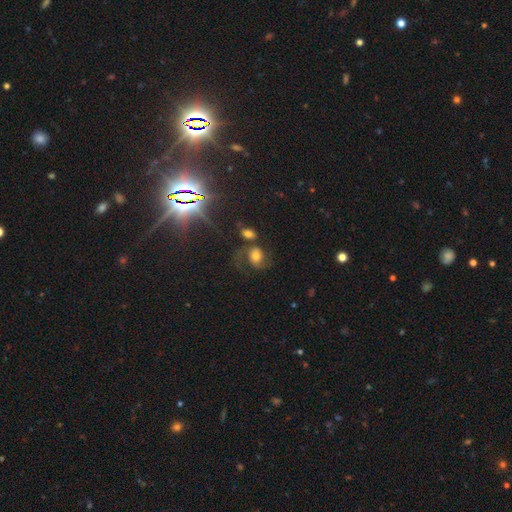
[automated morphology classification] Smooth or featured?
  - featured or disk: 42% * (tied)
  - smooth: 42% * (tied)
  - star or artifact: 16%
Merging?
  - none: 43% *
  - merger: 22%
  - major disturbance: 19%
  - minor disturbance: 17%